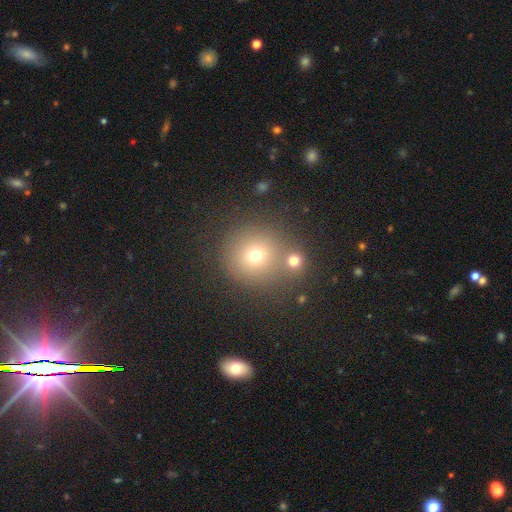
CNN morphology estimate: Overall: smooth (69%). How rounded: round (93%). Merging: none (69%).